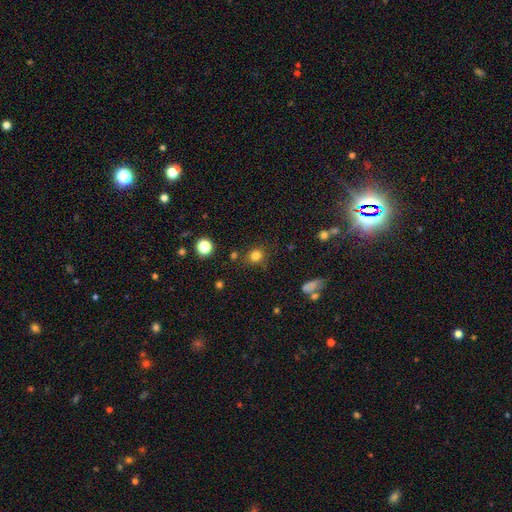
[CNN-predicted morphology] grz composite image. It shows a smooth galaxy with no disk features (80%) that is round (83%). Merging: none (79%).